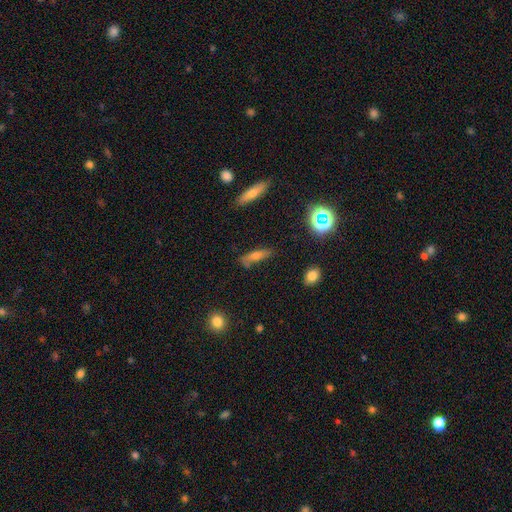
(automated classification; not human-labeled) Overall: smooth (52%; featured or disk 31%). How rounded: cigar-shaped (59%; in between 35%). Merging: none (65%).